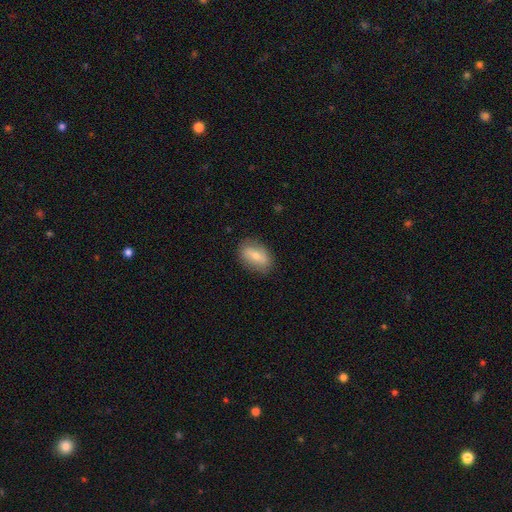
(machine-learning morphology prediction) This appears to be a smooth galaxy with no disk features (66%) that is in between round and cigar-shaped (85%). Merging: none (82%).